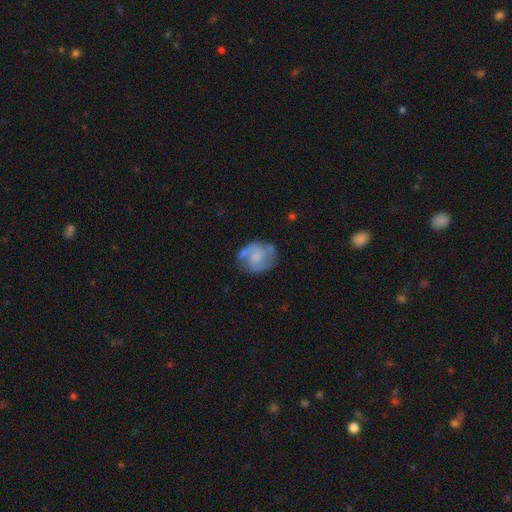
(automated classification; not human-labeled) Smooth or featured?
  - featured or disk: 60% *
  - smooth: 33%
  - star or artifact: 7%
Edge-on disk?
  - no: 98% *
  - yes: 2%
Bar?
  - no: 66% *
  - weak: 29%
  - strong: 5%
Spiral arms?
  - yes: 74% *
  - no: 26%
Bulge size?
  - none: 33% *
  - moderate: 29%
  - small: 28%
  - large: 8%
  - dominant: 2%
Merging?
  - none: 57% *
  - minor disturbance: 24%
  - major disturbance: 15%
  - merger: 4%